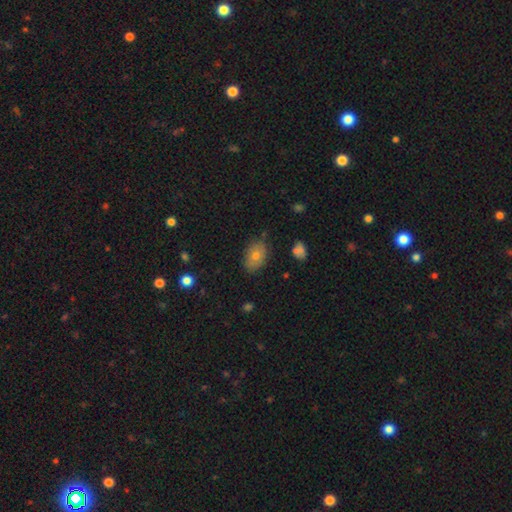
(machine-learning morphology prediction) Smooth or featured? smooth (71%)
How rounded? in between (82%)
Merging? none (80%)